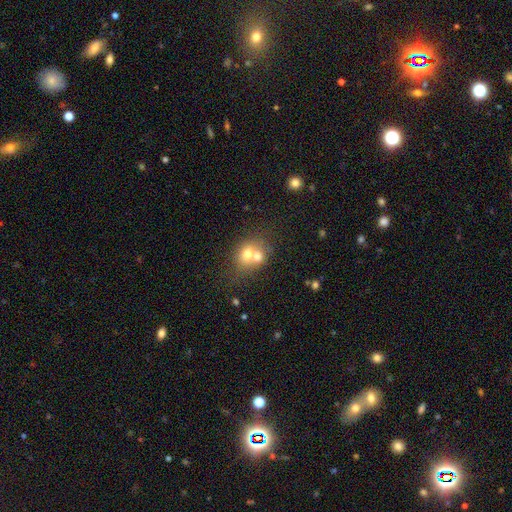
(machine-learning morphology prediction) type=smooth (63%); roundness=round (63%); merging=merger (55%).